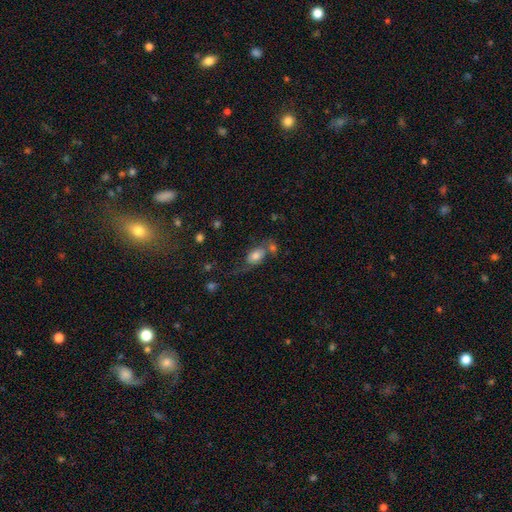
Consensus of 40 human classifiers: A smooth galaxy with no disk features (75%) that is in between round and cigar-shaped (90%).

Vote fractions:
- Smooth or featured? smooth: 75% / featured or disk: 18% / star or artifact: 8%
- How rounded? in between: 90% / round: 10% / cigar-shaped: 0%
- Merging? none: 43% / major disturbance: 24% / minor disturbance: 16% / merger: 16%